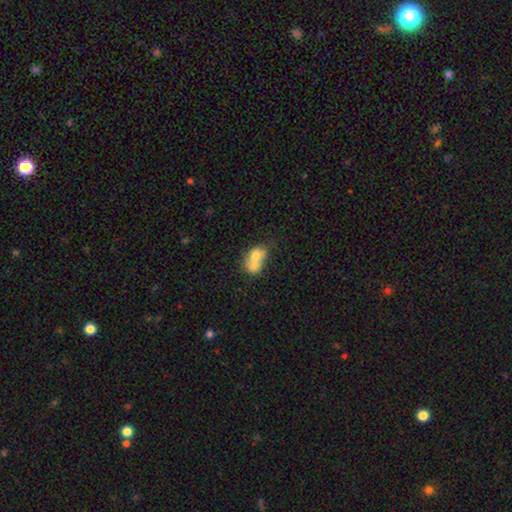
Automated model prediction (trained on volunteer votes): Q: Smooth or featured?
A: smooth (66%); runner-up: featured or disk (25%)
Q: How rounded?
A: in between (51%); runner-up: round (48%)
Q: Merging?
A: merger (74%); runner-up: none (16%)